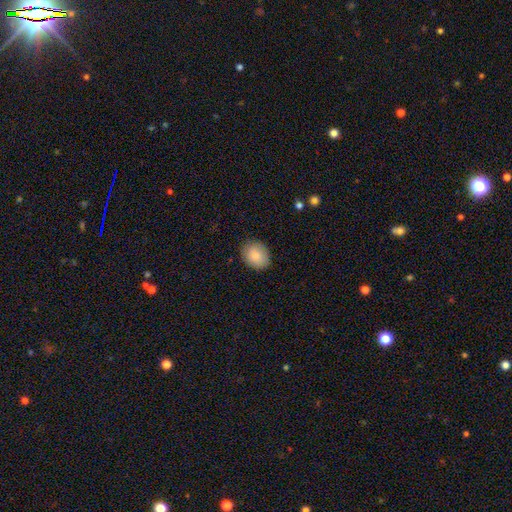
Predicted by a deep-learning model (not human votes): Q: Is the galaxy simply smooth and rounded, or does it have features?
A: smooth — 86%.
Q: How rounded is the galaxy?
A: in between — 55%.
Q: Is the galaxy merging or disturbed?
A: none — 86%.